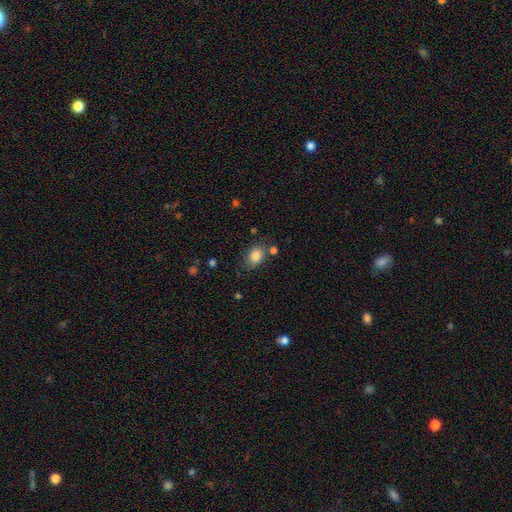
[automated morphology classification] smooth-or-featured: smooth: 85% | star or artifact: 9% | featured or disk: 6%
  how-rounded: in between: 67% | round: 32% | cigar-shaped: 1%
  merging: none: 73% | minor disturbance: 15% | merger: 7% | major disturbance: 5%